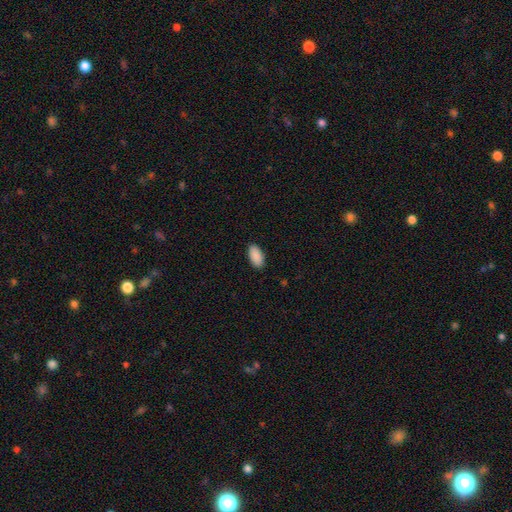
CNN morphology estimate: smooth-or-featured: smooth: 91% | star or artifact: 6% | featured or disk: 3%
  how-rounded: in between: 94% | cigar-shaped: 4% | round: 2%
  merging: none: 89% | minor disturbance: 8% | major disturbance: 2% | merger: 1%